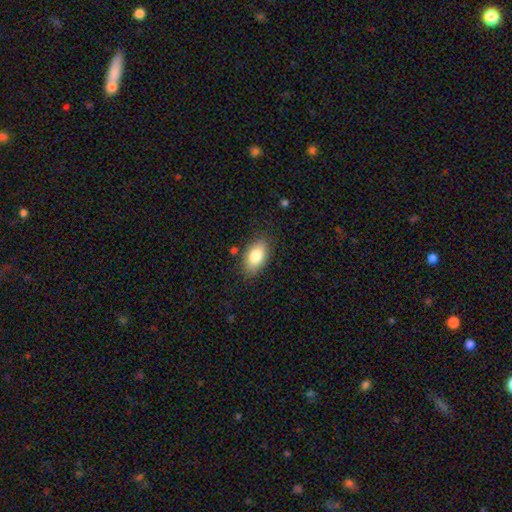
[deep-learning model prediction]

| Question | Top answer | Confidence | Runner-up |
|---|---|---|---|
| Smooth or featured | smooth | 82% | featured or disk (11%) |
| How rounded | in between | 91% | round (6%) |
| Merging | none | 81% | minor disturbance (14%) |